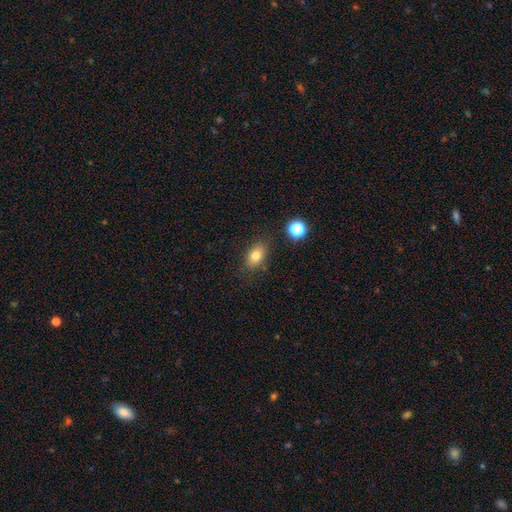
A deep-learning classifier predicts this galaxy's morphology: smooth-or-featured: smooth: 79% | star or artifact: 11% | featured or disk: 11%
  how-rounded: in between: 82% | round: 15% | cigar-shaped: 2%
  merging: none: 81% | minor disturbance: 13% | major disturbance: 3% | merger: 3%